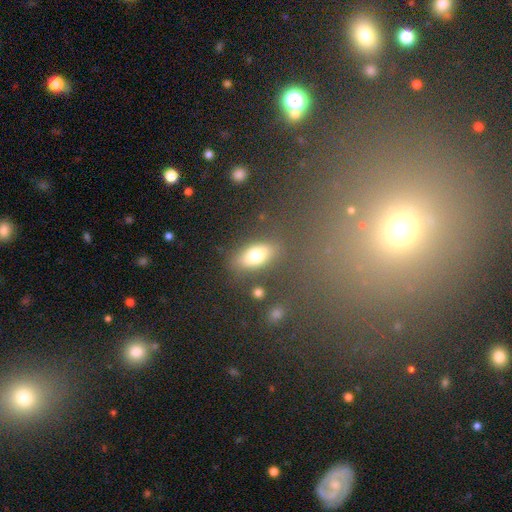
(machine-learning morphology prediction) Overall: smooth (74%). How rounded: in between (80%). Merging: none (78%).